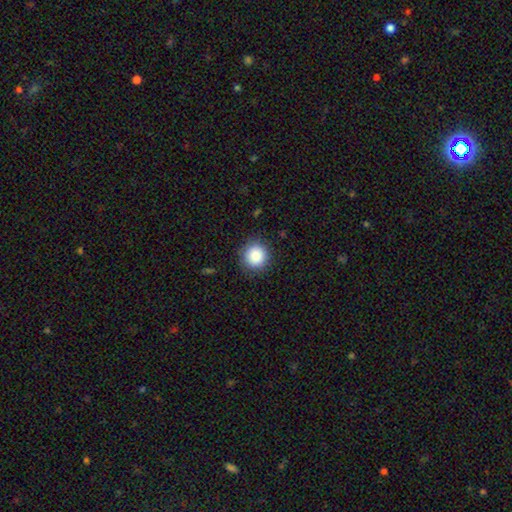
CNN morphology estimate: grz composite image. It shows a smooth galaxy with no disk features (87%) that is round (93%). Merging: none (88%).